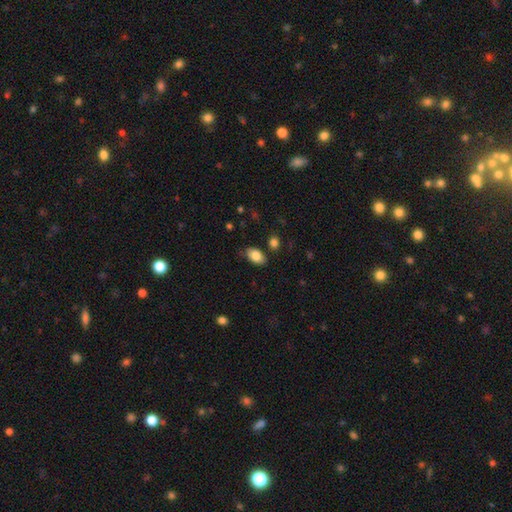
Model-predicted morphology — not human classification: smooth-or-featured: smooth: 83% | featured or disk: 10% | star or artifact: 7%
  how-rounded: in between: 91% | round: 7% | cigar-shaped: 1%
  merging: none: 80% | minor disturbance: 14% | merger: 3% | major disturbance: 3%